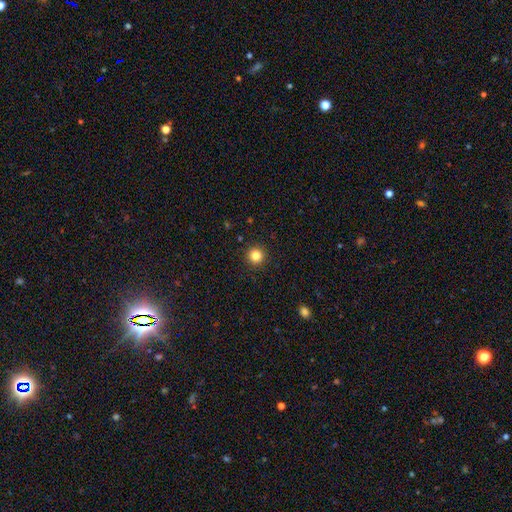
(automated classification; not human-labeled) The model was most divided on "smooth or featured": smooth: 83%, star or artifact: 12%, featured or disk: 5%. More confident: how rounded — round (96%); merging — none (93%).